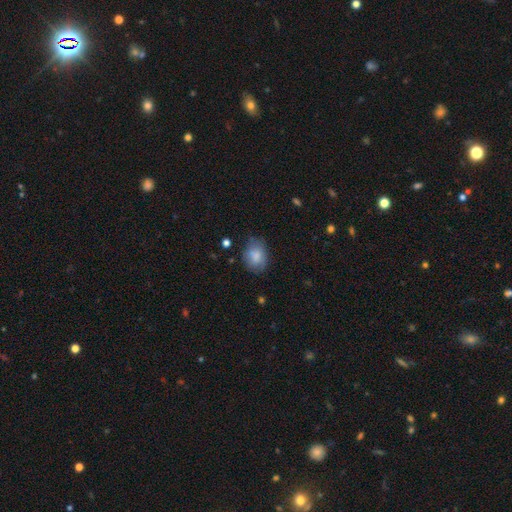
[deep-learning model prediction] Smooth or featured?
  - smooth: 80% *
  - featured or disk: 12%
  - star or artifact: 8%
How rounded?
  - in between: 66% *
  - round: 33%
  - cigar-shaped: 1%
Merging?
  - none: 69% *
  - minor disturbance: 22%
  - major disturbance: 7%
  - merger: 2%